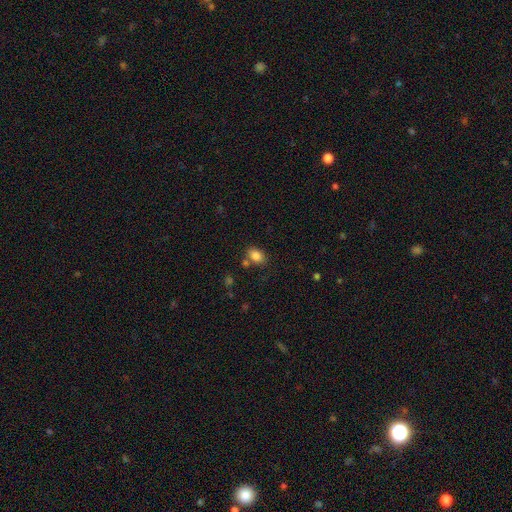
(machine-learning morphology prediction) Overall: smooth (85%). How rounded: in between (76%). Merging: none (70%).